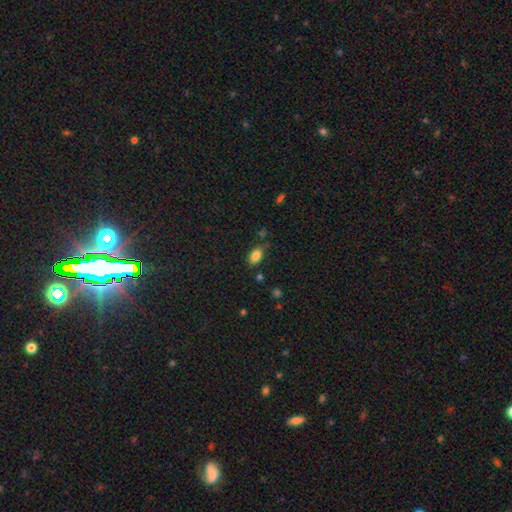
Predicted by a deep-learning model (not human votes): A smooth galaxy with no disk features (84%) that is in between round and cigar-shaped (88%).

Vote fractions:
- Smooth or featured? smooth: 84% / star or artifact: 10% / featured or disk: 6%
- How rounded? in between: 88% / round: 10% / cigar-shaped: 2%
- Merging? none: 74% / minor disturbance: 17% / major disturbance: 4% / merger: 4%